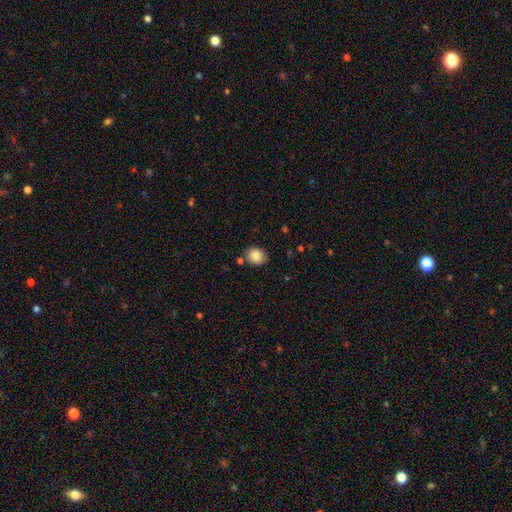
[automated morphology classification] smooth 85%, star or artifact 9%, featured or disk 6%. Down the decision tree: how rounded — round (68%); merging — none (80%).